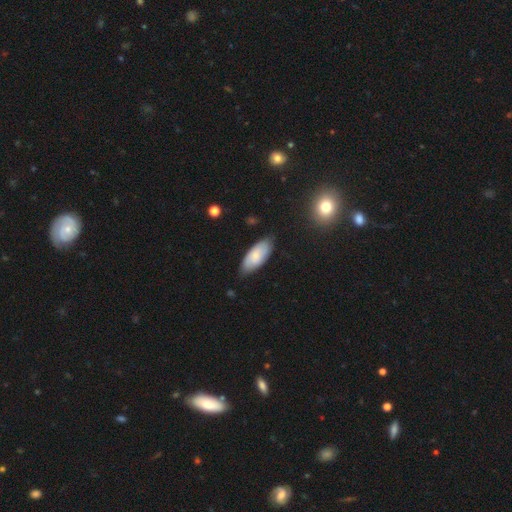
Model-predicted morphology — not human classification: Q: Smooth or featured?
A: smooth (72%); runner-up: featured or disk (22%)
Q: How rounded?
A: in between (88%); runner-up: cigar-shaped (10%)
Q: Merging?
A: none (77%); runner-up: minor disturbance (19%)